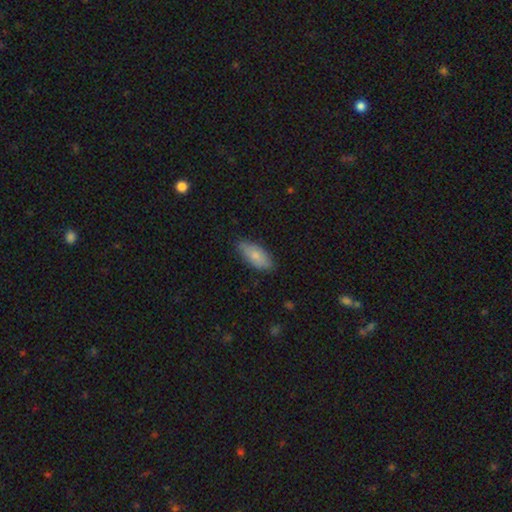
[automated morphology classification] The model was most divided on "merging": none: 79%, minor disturbance: 17%, major disturbance: 3%, merger: 1%. More confident: how rounded — in between (84%); smooth or featured — smooth (79%).